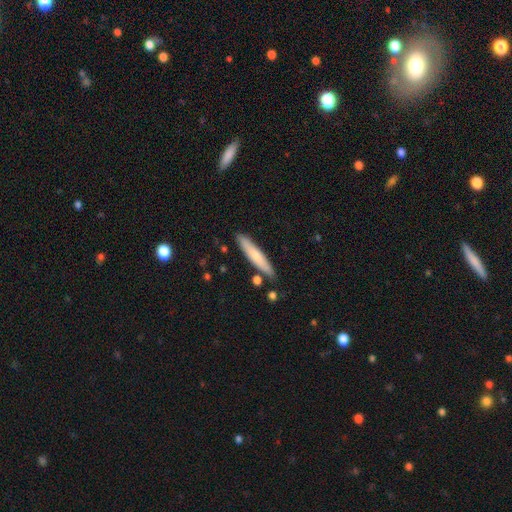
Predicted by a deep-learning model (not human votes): Morphology: type=smooth (69%); roundness=cigar-shaped (89%); merging=none (84%).